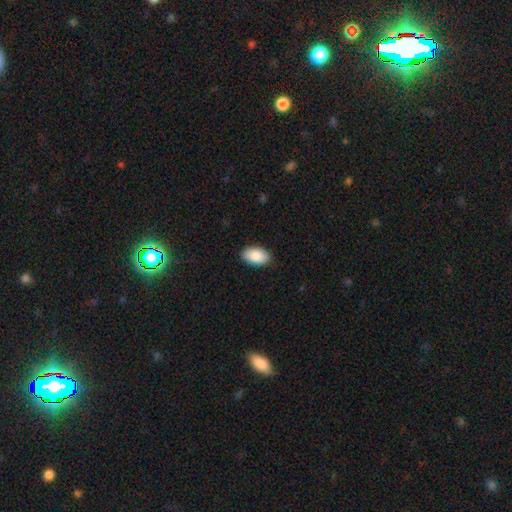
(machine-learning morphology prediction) A smooth galaxy with no disk features (89%) that is in between round and cigar-shaped (95%). Merging: none (88%).